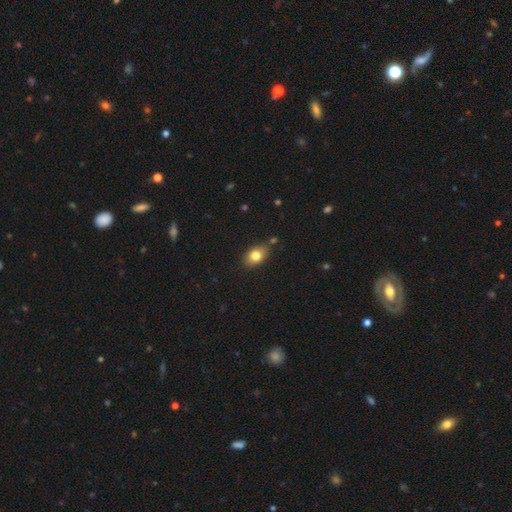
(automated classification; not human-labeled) A smooth galaxy with no disk features (79%) that is in between round and cigar-shaped (79%). Merging: none (76%).